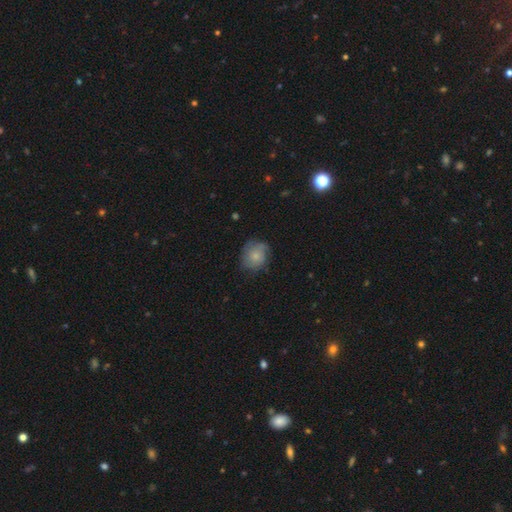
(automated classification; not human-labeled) Smooth or featured? Predicted: smooth (p=0.69). How rounded? Predicted: round (p=0.72). Merging? Predicted: none (p=0.64).